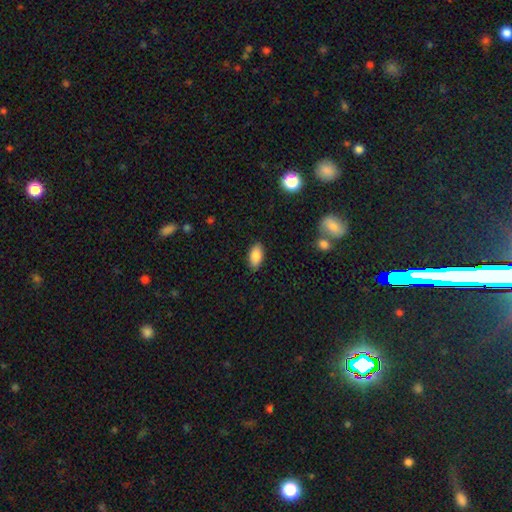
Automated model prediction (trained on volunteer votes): Smooth or featured? smooth (86%)
How rounded? in between (93%)
Merging? none (86%)